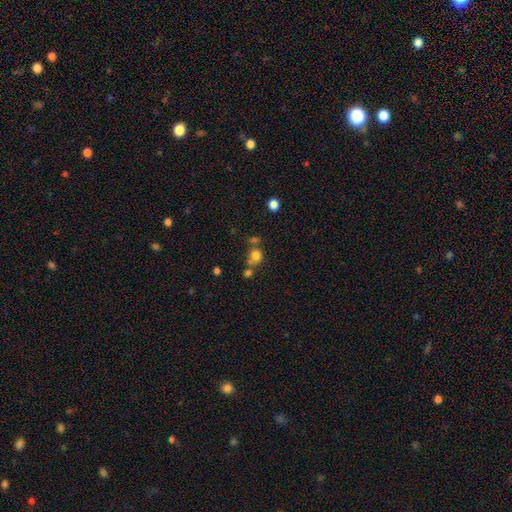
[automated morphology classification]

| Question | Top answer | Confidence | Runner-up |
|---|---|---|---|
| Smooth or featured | smooth | 76% | star or artifact (15%) |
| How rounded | round | 83% | in between (16%) |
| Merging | none | 55% | merger (30%) |